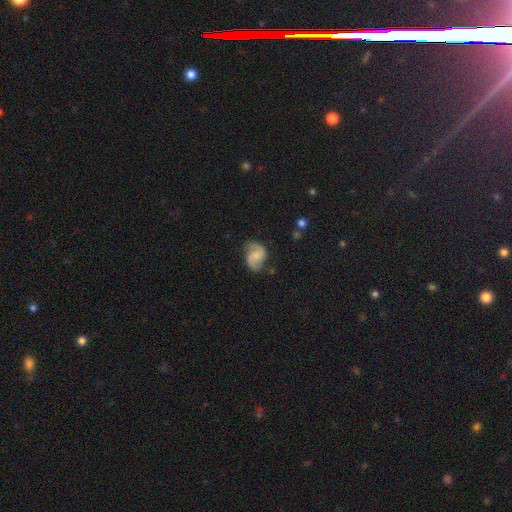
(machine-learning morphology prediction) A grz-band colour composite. It shows a featured or disk galaxy (70%) with no bar (48%), 2 (90%) loose (43%) spiral arms (94%) and no central bulge (44%). Merging: none (69%).